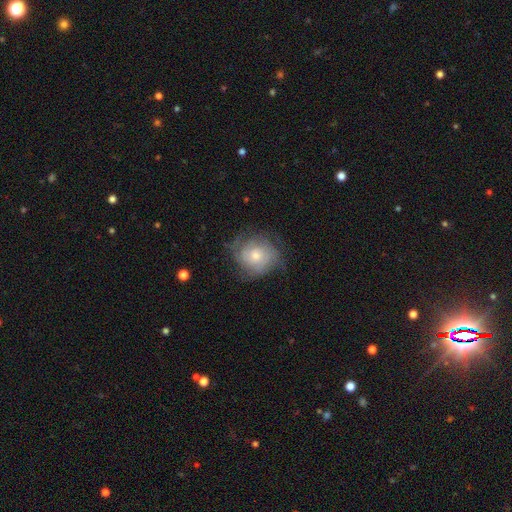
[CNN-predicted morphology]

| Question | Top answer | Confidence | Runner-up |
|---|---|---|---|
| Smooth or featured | featured or disk | 52% | smooth (41%) |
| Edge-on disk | no | 97% | yes (3%) |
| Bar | no | 82% | weak (15%) |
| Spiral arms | yes | 76% | no (24%) |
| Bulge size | moderate | 50% | small (42%) |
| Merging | none | 60% | minor disturbance (25%) |